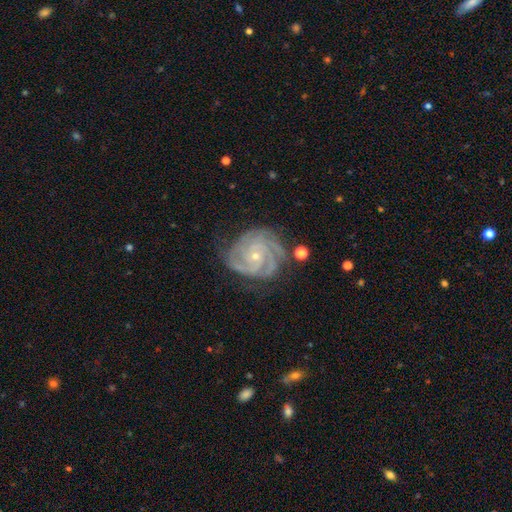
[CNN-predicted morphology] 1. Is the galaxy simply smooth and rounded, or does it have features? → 91% featured or disk, 5% star or artifact, 4% smooth.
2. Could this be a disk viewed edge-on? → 98% no, 2% yes.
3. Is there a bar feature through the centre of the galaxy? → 70% no, 22% weak, 7% strong.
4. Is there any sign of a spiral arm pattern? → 99% yes, 1% no.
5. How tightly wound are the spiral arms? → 74% tight, 24% medium, 2% loose.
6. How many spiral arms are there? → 46% 3, 27% 4, 10% 2, 8% can't tell, 5% more than 4, 4% 1.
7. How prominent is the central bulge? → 76% small, 21% moderate, 1% none, 1% large, 1% dominant.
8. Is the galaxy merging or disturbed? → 73% none, 19% minor disturbance, 6% major disturbance, 2% merger.